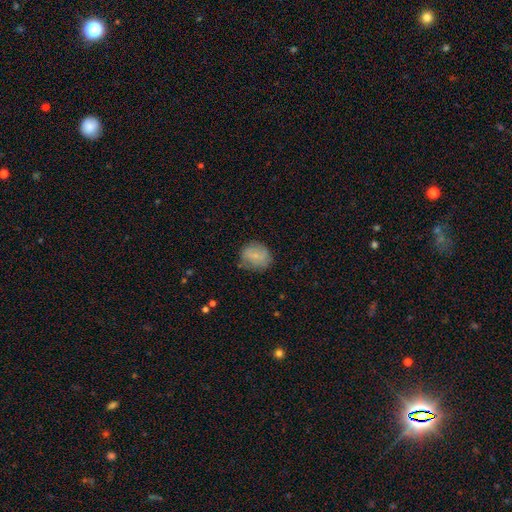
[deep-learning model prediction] Smooth or featured?
  - smooth: 74% *
  - featured or disk: 18%
  - star or artifact: 8%
How rounded?
  - round: 68% *
  - in between: 31%
  - cigar-shaped: 1%
Merging?
  - none: 68% *
  - minor disturbance: 24%
  - major disturbance: 7%
  - merger: 2%